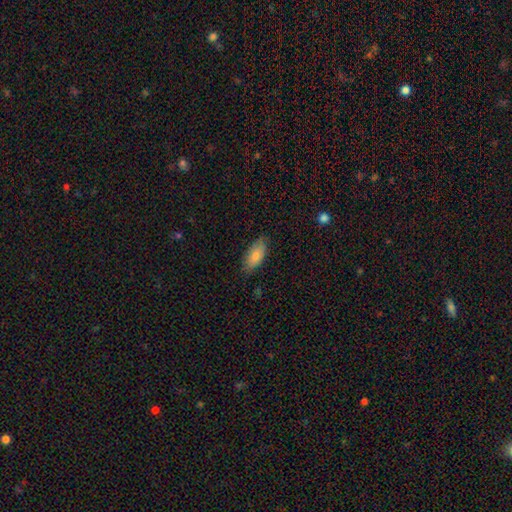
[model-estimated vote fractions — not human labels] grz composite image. It shows a smooth galaxy with no disk features (82%) that is in between round and cigar-shaped (88%). Merging: none (81%).